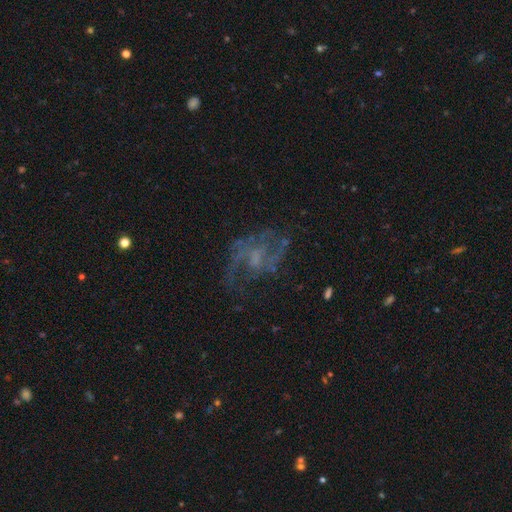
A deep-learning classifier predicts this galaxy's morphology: The model was most divided on "spiral winding": loose: 44%, medium: 42%, tight: 14%. Remaining: edge-on disk — no (97%); spiral arms — yes (81%); smooth or featured — featured or disk (75%); merging — none (55%); bar — no (53%); spiral arm count — 2 (52%); bulge size — none (45%).